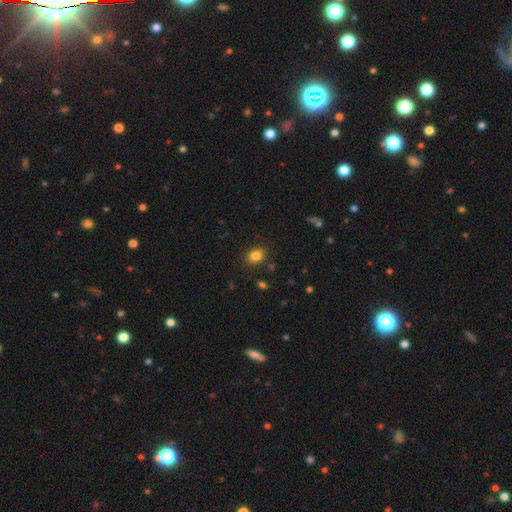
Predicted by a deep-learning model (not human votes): smooth_or_featured: smooth (p=0.84) [alt: star or artifact p=0.11]
how_rounded: in between (p=0.56) [alt: round p=0.44]
merging: none (p=0.86) [alt: minor disturbance p=0.09]